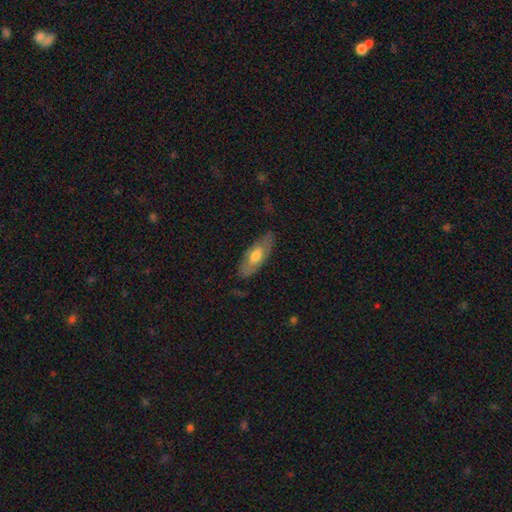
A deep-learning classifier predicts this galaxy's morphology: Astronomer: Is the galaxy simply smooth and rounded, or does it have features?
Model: smooth — 53% (runner-up: featured or disk, 42%).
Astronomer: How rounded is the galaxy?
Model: in between — 72%.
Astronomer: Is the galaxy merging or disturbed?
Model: none — 74%.